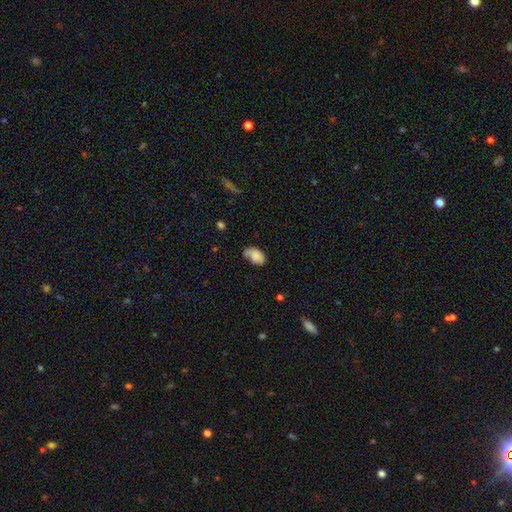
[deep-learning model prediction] smooth-or-featured: smooth: 72% | featured or disk: 20% | star or artifact: 9%
  how-rounded: in between: 89% | round: 10% | cigar-shaped: 1%
  merging: none: 45% | minor disturbance: 35% | major disturbance: 16% | merger: 4%